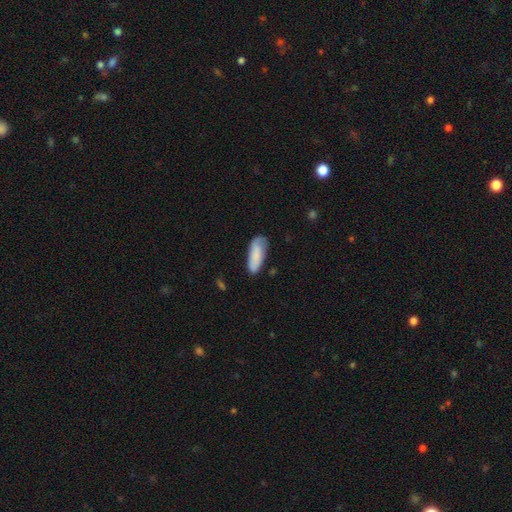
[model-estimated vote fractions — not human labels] smooth-or-featured: smooth: 81% | featured or disk: 13% | star or artifact: 6%
  how-rounded: in between: 77% | cigar-shaped: 21% | round: 2%
  merging: none: 64% | minor disturbance: 27% | major disturbance: 7% | merger: 2%